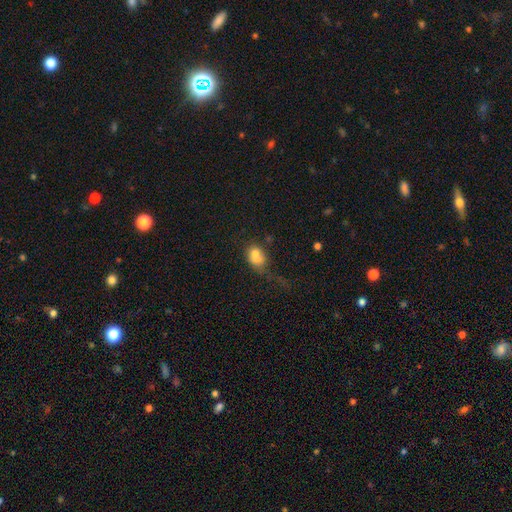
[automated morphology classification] Smooth or featured?
  - smooth: 67% *
  - featured or disk: 21%
  - star or artifact: 12%
How rounded?
  - round: 51% *
  - in between: 47%
  - cigar-shaped: 2%
Merging?
  - merger: 45% *
  - none: 24%
  - major disturbance: 17%
  - minor disturbance: 14%